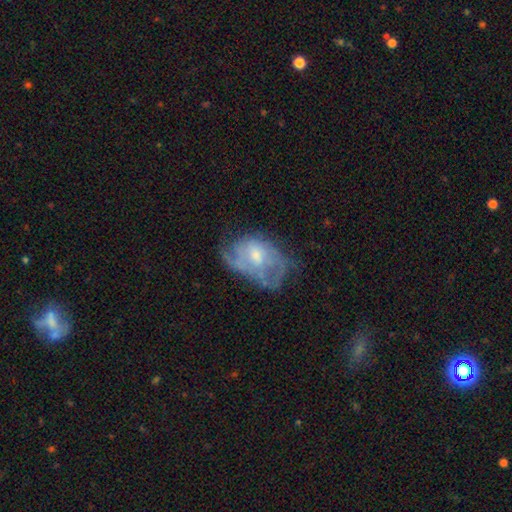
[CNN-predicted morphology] Smooth or featured? featured or disk (68%)
Edge-on disk? no (96%)
Bar? no (64%)
Spiral arms? yes (71%)
Bulge size? moderate (47%)
Merging? none (45%)